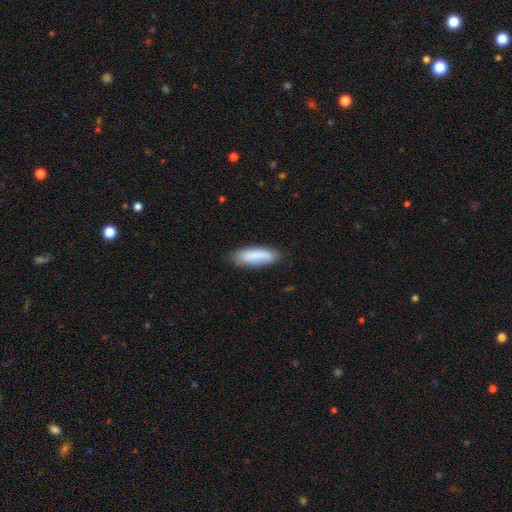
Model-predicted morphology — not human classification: Overall: smooth (82%). How rounded: in between (53%; cigar-shaped 45%). Merging: none (76%).